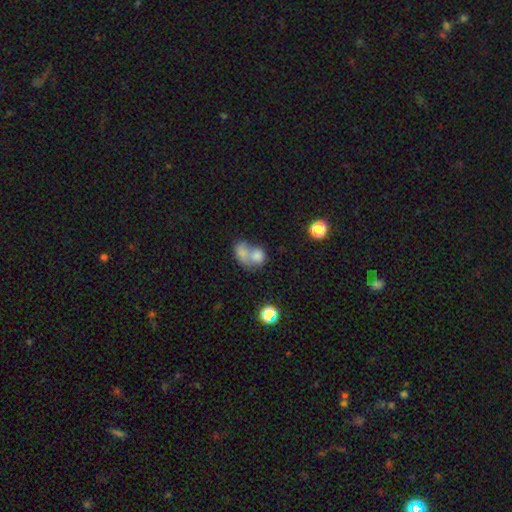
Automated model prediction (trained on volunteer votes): The model was most divided on "how rounded": in between: 50%, round: 49%, cigar-shaped: 1%. More confident: smooth or featured — smooth (73%); merging — merger (69%).